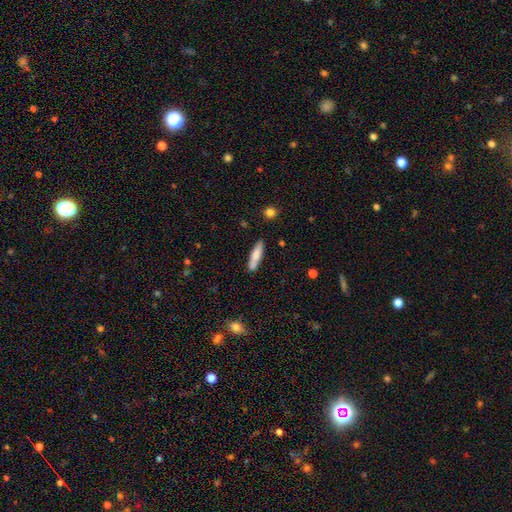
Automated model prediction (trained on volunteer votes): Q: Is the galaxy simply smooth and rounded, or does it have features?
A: smooth — 75%.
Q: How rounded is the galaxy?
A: cigar-shaped — 75%.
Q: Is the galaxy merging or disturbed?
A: none — 80%.